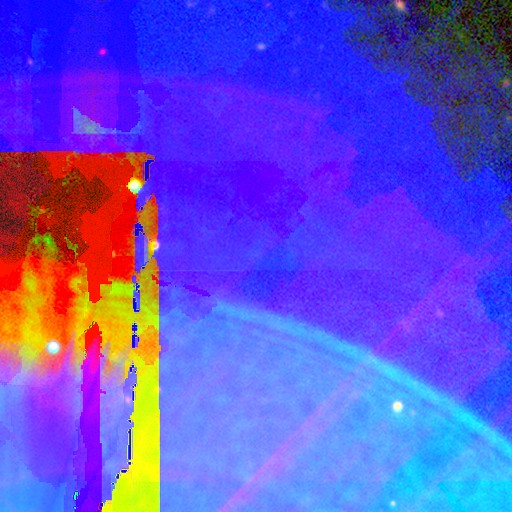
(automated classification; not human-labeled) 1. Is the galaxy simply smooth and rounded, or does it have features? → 84% star or artifact, 9% featured or disk, 6% smooth.